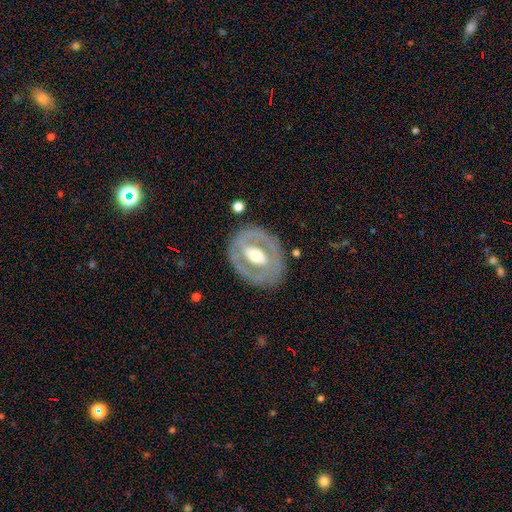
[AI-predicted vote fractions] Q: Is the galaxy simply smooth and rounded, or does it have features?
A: featured or disk — 70%.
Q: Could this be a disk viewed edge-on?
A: no — 94%.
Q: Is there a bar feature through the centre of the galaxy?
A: no — 35%.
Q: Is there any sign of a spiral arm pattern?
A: no — 74%.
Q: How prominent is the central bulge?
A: moderate — 66%.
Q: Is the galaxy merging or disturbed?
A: none — 79%.